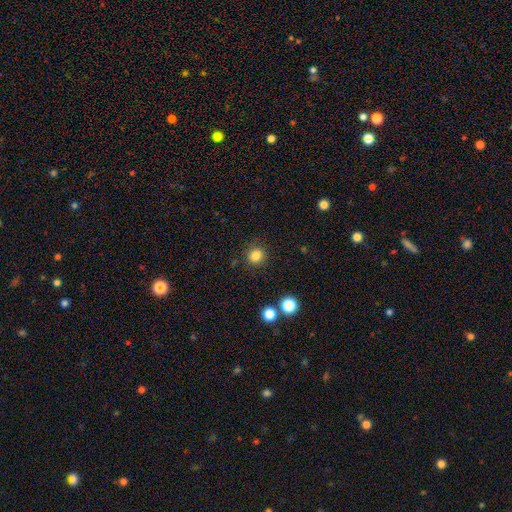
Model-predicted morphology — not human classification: Smooth or featured? Predicted: smooth (p=0.84). How rounded? Predicted: round (p=0.89). Merging? Predicted: none (p=0.88).